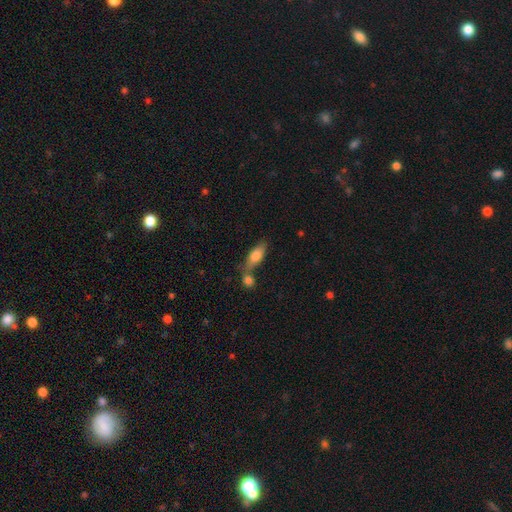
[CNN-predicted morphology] This is likely a smooth galaxy (76%). How rounded: likely in between (74%). Merging: marginally none (43%).